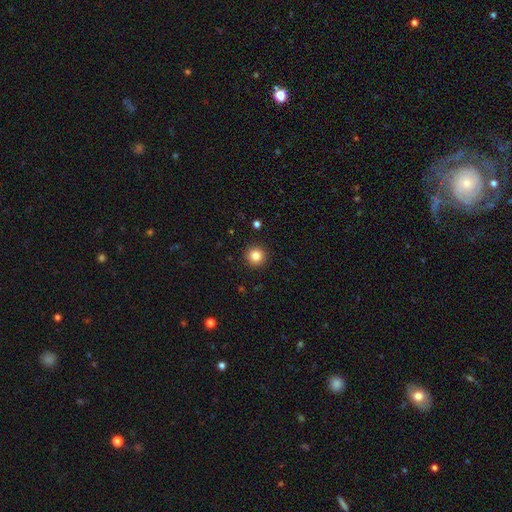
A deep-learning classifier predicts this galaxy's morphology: This is clearly a smooth galaxy (84%). How rounded: clearly round (96%). Merging: clearly none (93%).